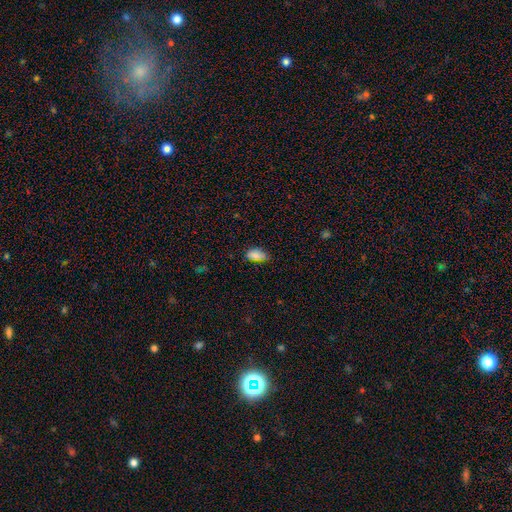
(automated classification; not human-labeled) Smooth or featured? Predicted: smooth (p=0.83). How rounded? Predicted: in between (p=0.90). Merging? Predicted: none (p=0.52).